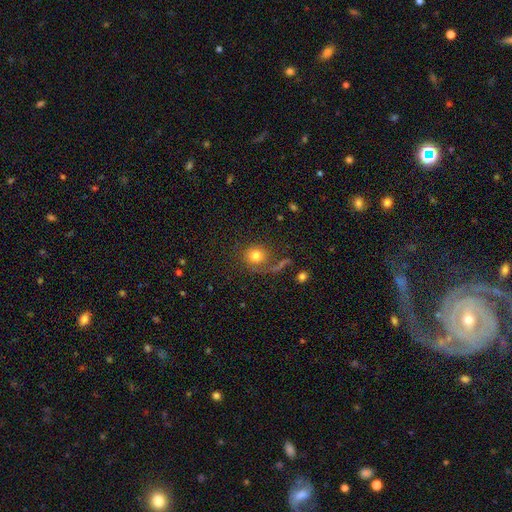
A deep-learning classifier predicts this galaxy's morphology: Smooth or featured? smooth (75%)
How rounded? round (86%)
Merging? none (58%)